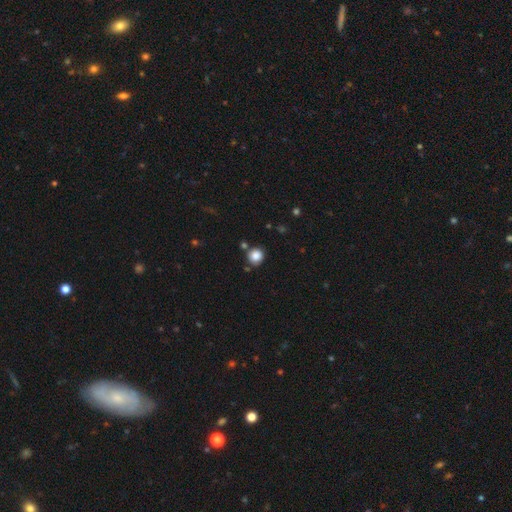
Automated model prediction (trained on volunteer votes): Smooth or featured? Predicted: smooth (p=0.85). How rounded? Predicted: round (p=0.90). Merging? Predicted: none (p=0.79).